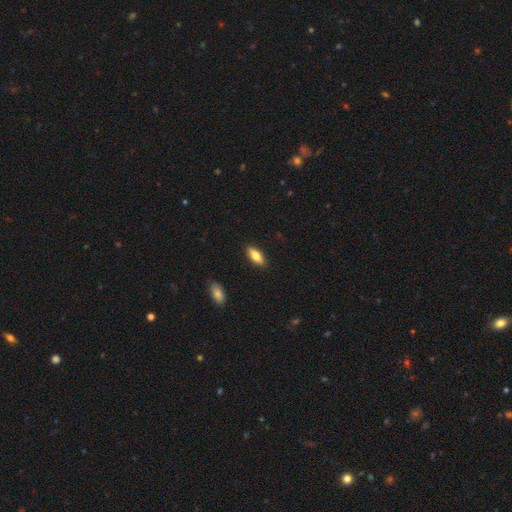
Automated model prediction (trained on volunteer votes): smooth 81%, featured or disk 13%, star or artifact 6%. Down the decision tree: how rounded — in between (79%); merging — none (89%).